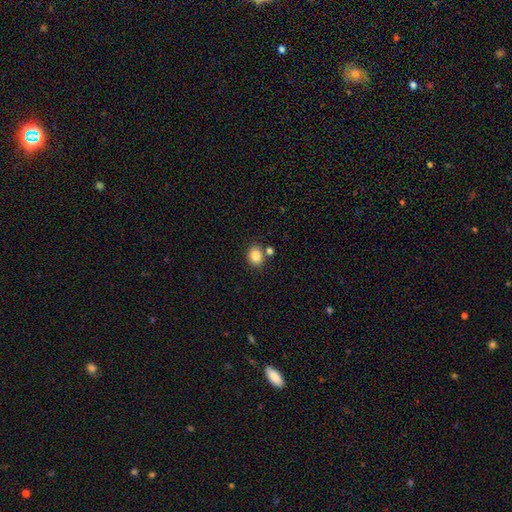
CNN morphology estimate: Q: Smooth or featured?
A: smooth (84%); runner-up: star or artifact (10%)
Q: How rounded?
A: round (61%); runner-up: in between (38%)
Q: Merging?
A: none (75%); runner-up: merger (13%)